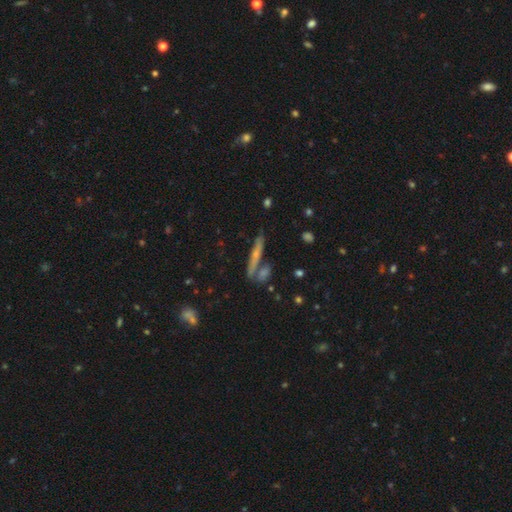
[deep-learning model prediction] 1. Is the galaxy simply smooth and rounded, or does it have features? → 49% featured or disk, 40% smooth, 10% star or artifact.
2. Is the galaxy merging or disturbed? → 68% none, 17% merger, 11% minor disturbance, 4% major disturbance.